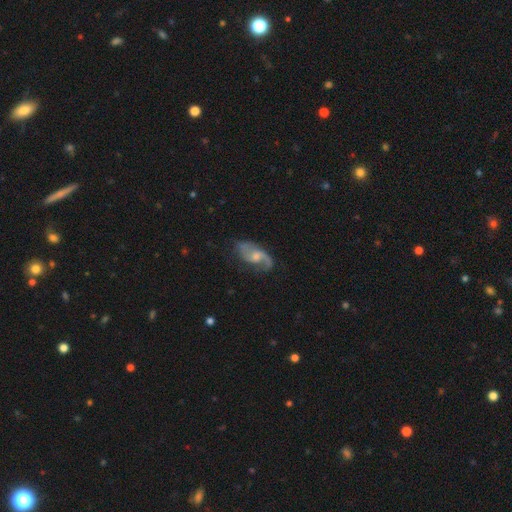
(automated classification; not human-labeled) Overall: featured or disk (80%). Edge-on disk: no (96%). Bar: no (49%; weak 44%). Spiral arms: yes (94%). Spiral arm count: 2 (85%). Spiral winding: loose (55%; medium 36%). Bulge size: moderate (45%; small 41%). Merging: none (65%).